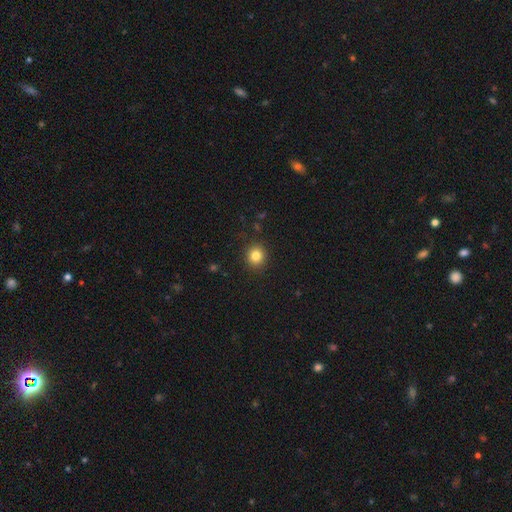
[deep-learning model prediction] smooth-or-featured: smooth: 82% | star or artifact: 12% | featured or disk: 6%
  how-rounded: round: 87% | in between: 12% | cigar-shaped: 1%
  merging: none: 91% | minor disturbance: 6% | major disturbance: 2% | merger: 1%